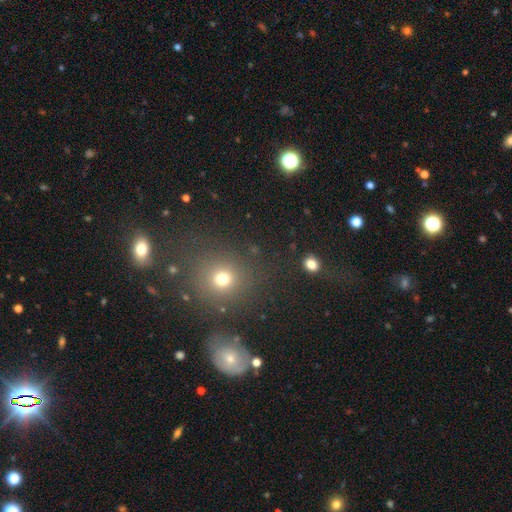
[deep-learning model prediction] Overall: smooth (48%; star or artifact 44%). Merging: none (80%).